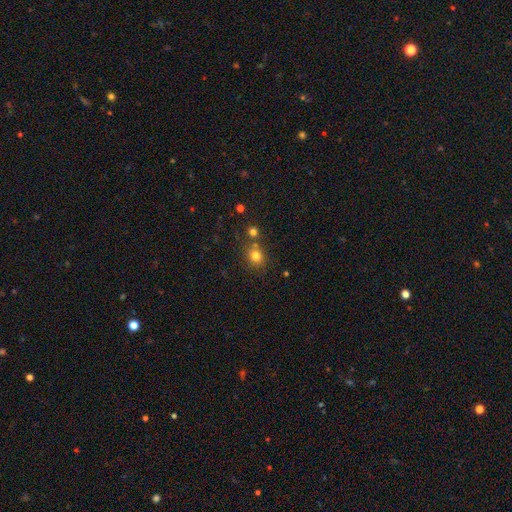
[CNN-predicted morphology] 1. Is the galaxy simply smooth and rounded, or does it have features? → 77% smooth, 15% star or artifact, 8% featured or disk.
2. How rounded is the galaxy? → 78% round, 21% in between, 1% cigar-shaped.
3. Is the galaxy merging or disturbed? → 68% none, 19% merger, 10% minor disturbance, 3% major disturbance.